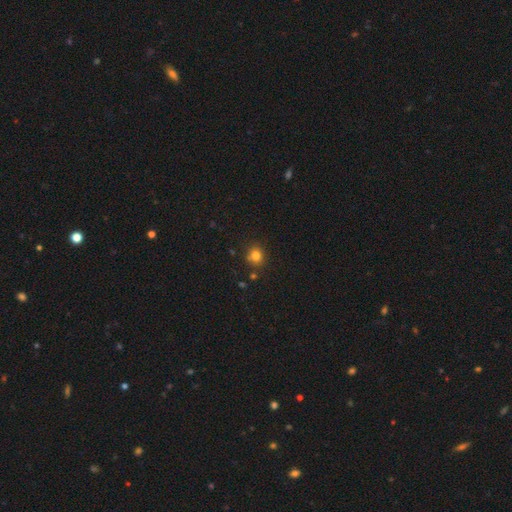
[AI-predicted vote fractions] This is likely a smooth galaxy (80%). How rounded: clearly round (83%). Merging: clearly none (81%).